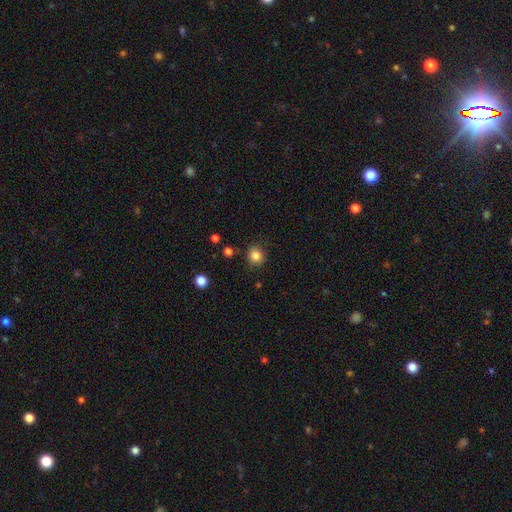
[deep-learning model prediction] Smooth or featured?
  - smooth: 84% *
  - star or artifact: 11%
  - featured or disk: 5%
How rounded?
  - round: 85% *
  - in between: 14%
  - cigar-shaped: 1%
Merging?
  - none: 86% *
  - minor disturbance: 9%
  - major disturbance: 3%
  - merger: 2%